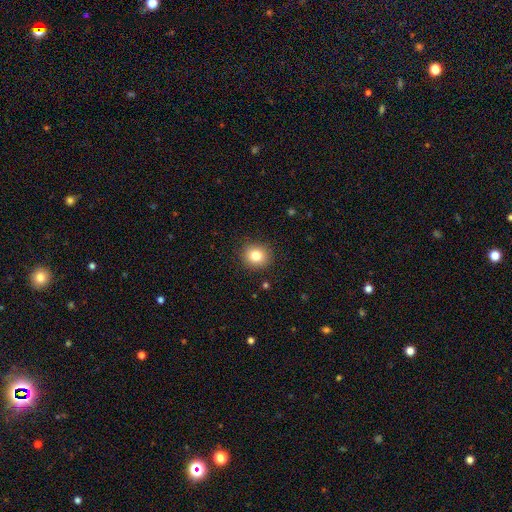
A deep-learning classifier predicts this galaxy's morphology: Smooth or featured?
  - smooth: 81% *
  - star or artifact: 11%
  - featured or disk: 8%
How rounded?
  - round: 85% *
  - in between: 14%
  - cigar-shaped: 1%
Merging?
  - none: 90% *
  - minor disturbance: 7%
  - major disturbance: 2%
  - merger: 1%